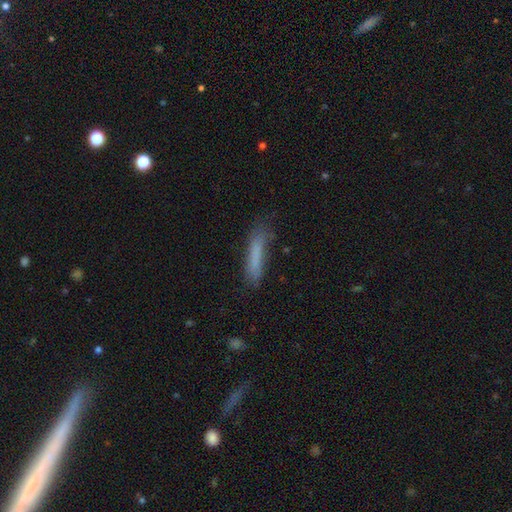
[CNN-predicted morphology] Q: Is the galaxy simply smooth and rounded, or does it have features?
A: smooth — 73%.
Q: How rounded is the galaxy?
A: cigar-shaped — 88%.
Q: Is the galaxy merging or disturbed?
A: none — 65%.